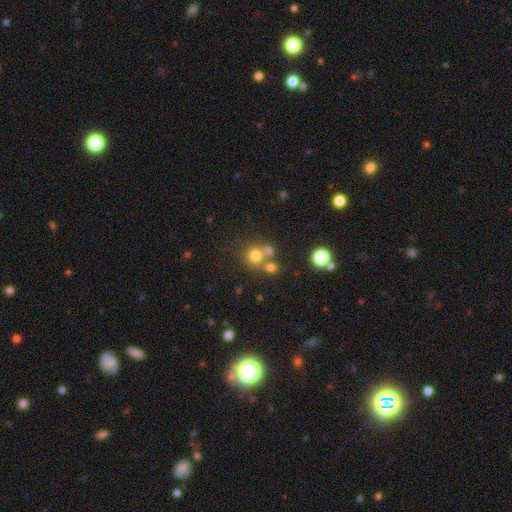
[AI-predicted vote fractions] smooth 71%, star or artifact 17%, featured or disk 12%. Down the decision tree: how rounded — round (88%); merging — none (55%).